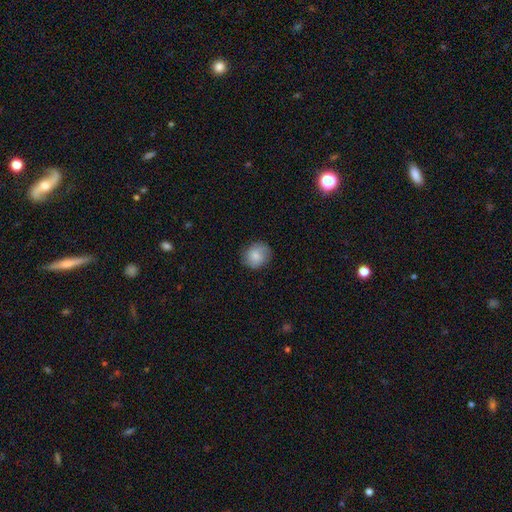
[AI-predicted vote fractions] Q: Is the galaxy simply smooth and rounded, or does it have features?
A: smooth — 80%.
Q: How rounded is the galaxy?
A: round — 77%.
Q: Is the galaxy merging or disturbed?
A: none — 82%.